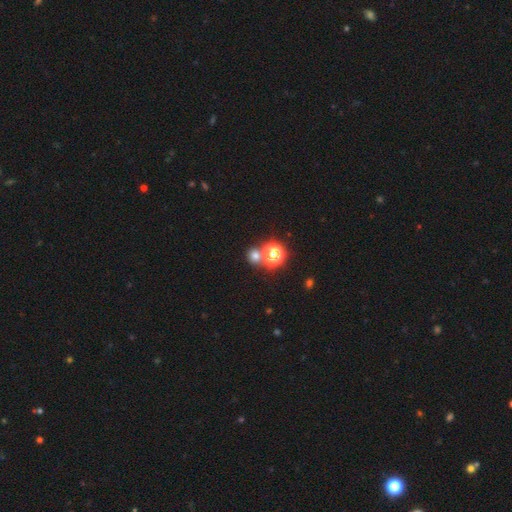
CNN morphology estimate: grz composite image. It shows a smooth galaxy with no disk features (68%) that is round (83%). Merging: none (69%).